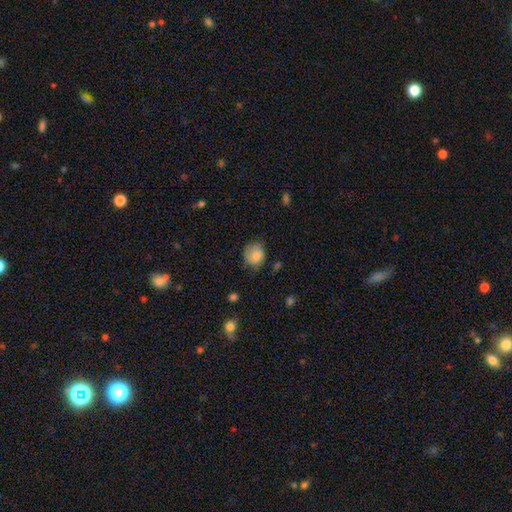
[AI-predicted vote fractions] Smooth or featured: smooth — 81% (featured or disk — 10%)
How rounded: round — 73% (in between — 26%)
Merging: none — 61% (minor disturbance — 30%)